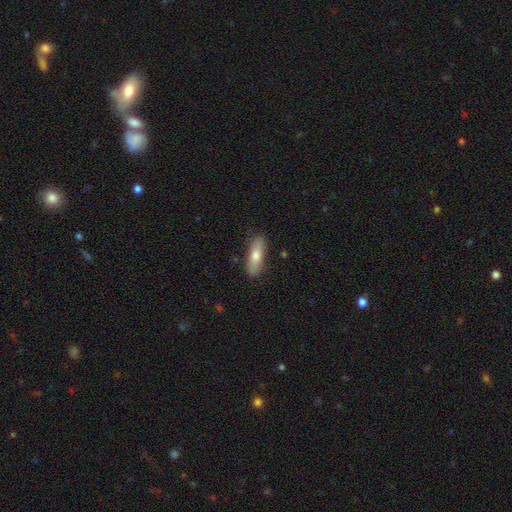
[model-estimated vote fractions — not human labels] Smooth or featured?
  - smooth: 72% *
  - featured or disk: 21%
  - star or artifact: 6%
How rounded?
  - in between: 51% *
  - cigar-shaped: 46%
  - round: 3%
Merging?
  - none: 84% *
  - minor disturbance: 12%
  - major disturbance: 2%
  - merger: 1%